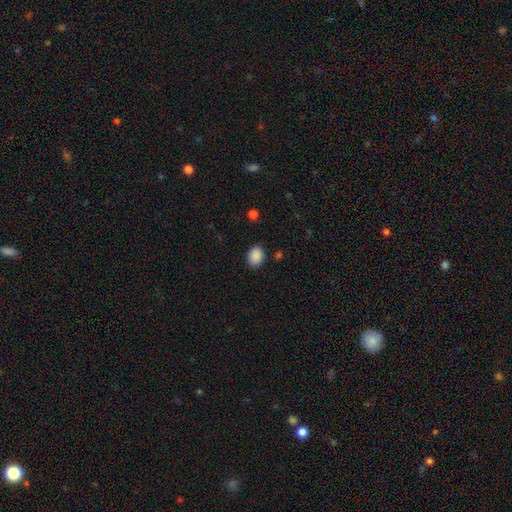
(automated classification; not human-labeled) smooth 89%, star or artifact 8%, featured or disk 3%. Down the decision tree: how rounded — in between (54%); merging — none (85%).